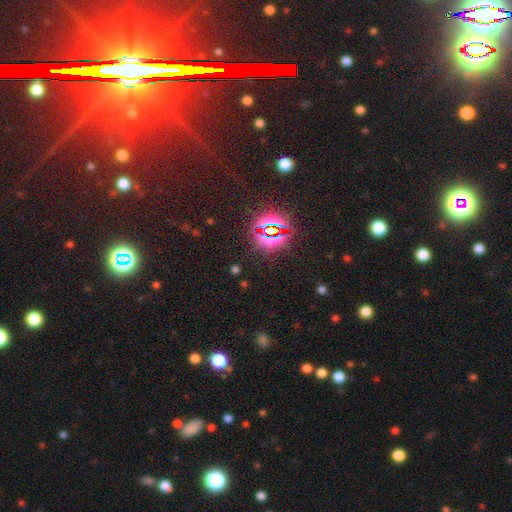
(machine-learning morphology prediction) Q: Smooth or featured?
A: star or artifact (80%); runner-up: smooth (11%)